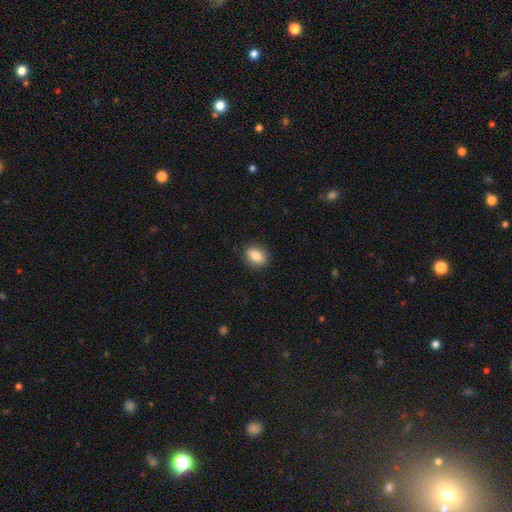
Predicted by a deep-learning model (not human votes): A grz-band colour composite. It shows a smooth galaxy with no disk features (84%) that is in between round and cigar-shaped (66%). Merging: none (87%).